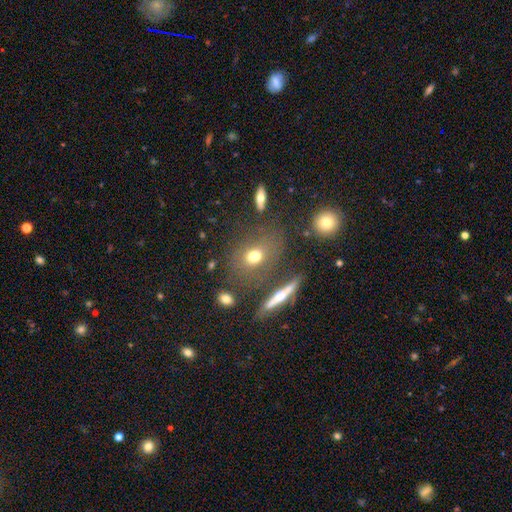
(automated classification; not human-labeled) Overall: smooth (63%). How rounded: in between (48%, tied with round). Merging: none (68%).